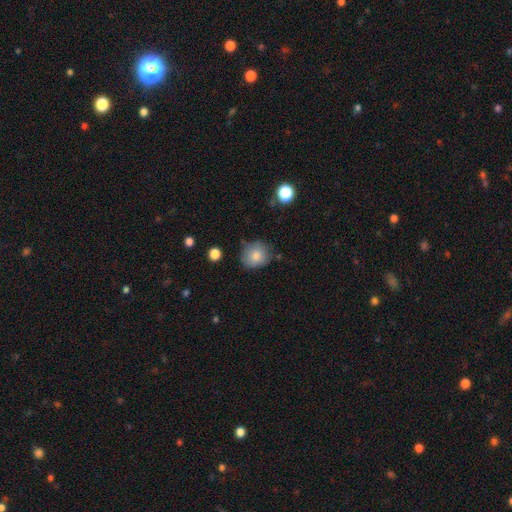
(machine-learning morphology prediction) Smooth or featured: smooth — 82% (star or artifact — 9%)
How rounded: round — 82% (in between — 17%)
Merging: none — 73% (minor disturbance — 20%)